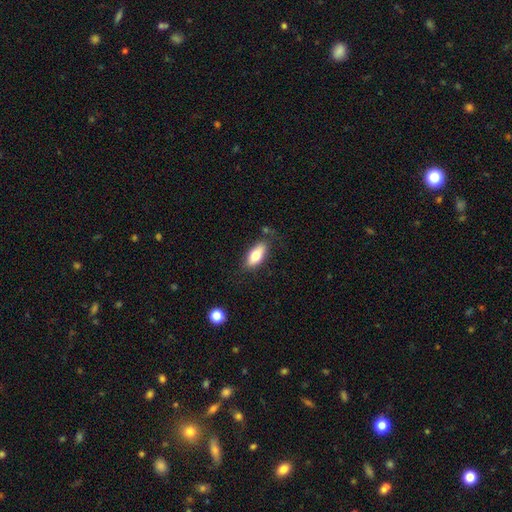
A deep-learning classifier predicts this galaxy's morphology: smooth_or_featured: smooth (p=0.75) [alt: featured or disk p=0.18]
how_rounded: in between (p=0.83) [alt: cigar-shaped p=0.14]
merging: none (p=0.77) [alt: minor disturbance p=0.16]